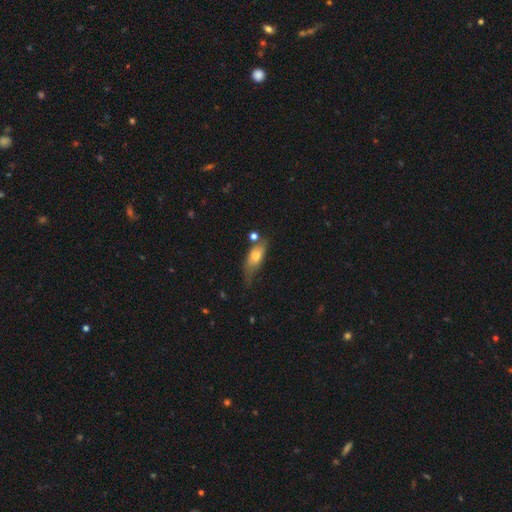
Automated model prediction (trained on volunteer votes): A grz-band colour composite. It shows a smooth galaxy with no disk features (65%) that is in between round and cigar-shaped (73%). Merging: none (43%).